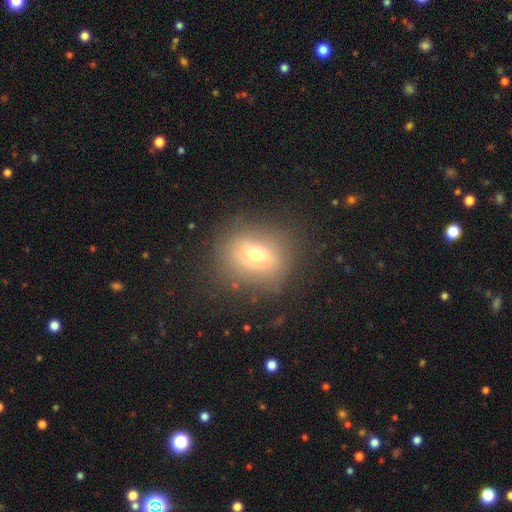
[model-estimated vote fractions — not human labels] This appears to be a smooth galaxy with no disk features (56%) that is round (71%). Merging: none (77%).